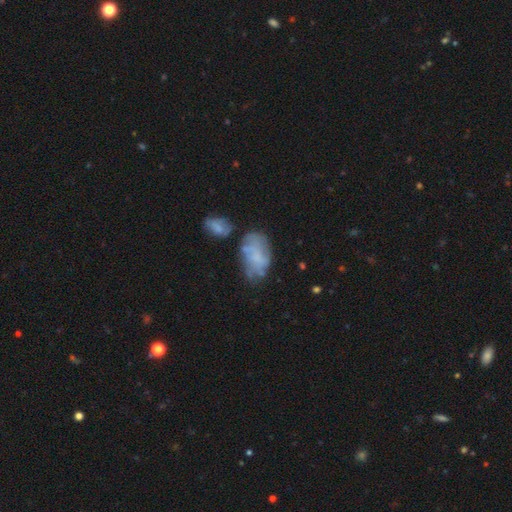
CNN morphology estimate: A featured or disk galaxy (46%).

Vote fractions:
- Smooth or featured? featured or disk: 46% / smooth: 45% / star or artifact: 9%
- Merging? none: 44% / minor disturbance: 28% / major disturbance: 15% / merger: 14%